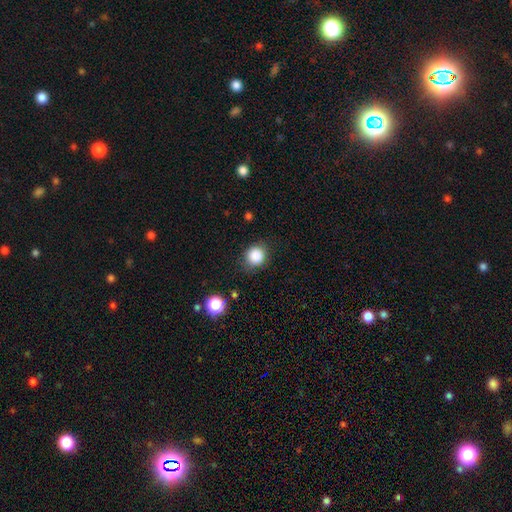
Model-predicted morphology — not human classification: smooth-or-featured: smooth: 86% | star or artifact: 10% | featured or disk: 4%
  how-rounded: round: 84% | in between: 15% | cigar-shaped: 1%
  merging: none: 81% | minor disturbance: 13% | major disturbance: 4% | merger: 2%